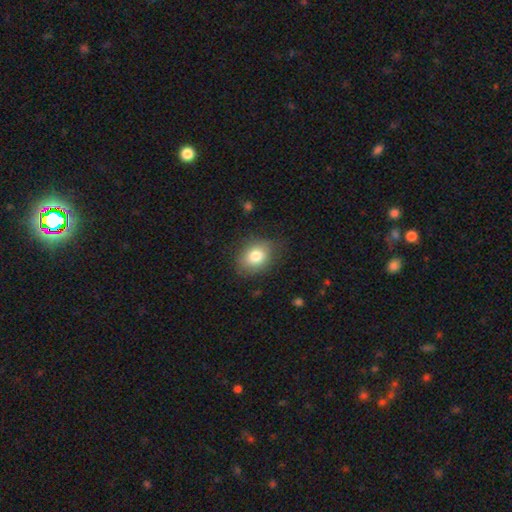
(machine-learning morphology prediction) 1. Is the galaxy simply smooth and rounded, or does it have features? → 80% smooth, 10% featured or disk, 9% star or artifact.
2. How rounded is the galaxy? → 59% in between, 40% round, 1% cigar-shaped.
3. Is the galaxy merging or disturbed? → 80% none, 15% minor disturbance, 4% major disturbance, 1% merger.